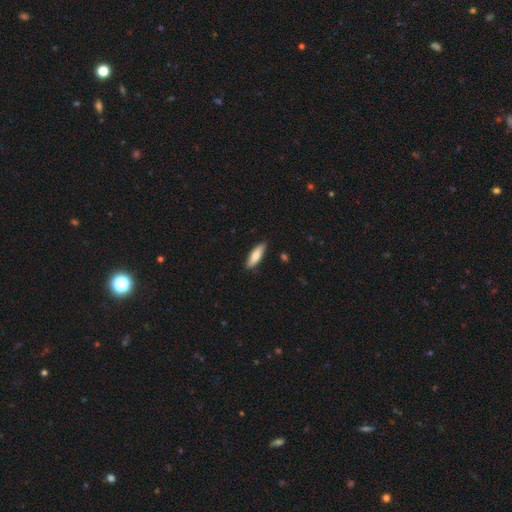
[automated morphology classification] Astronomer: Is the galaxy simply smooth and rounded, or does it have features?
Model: smooth — 78%.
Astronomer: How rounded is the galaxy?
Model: cigar-shaped — 50% (runner-up: in between, 48%).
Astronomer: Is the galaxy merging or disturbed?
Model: none — 86%.